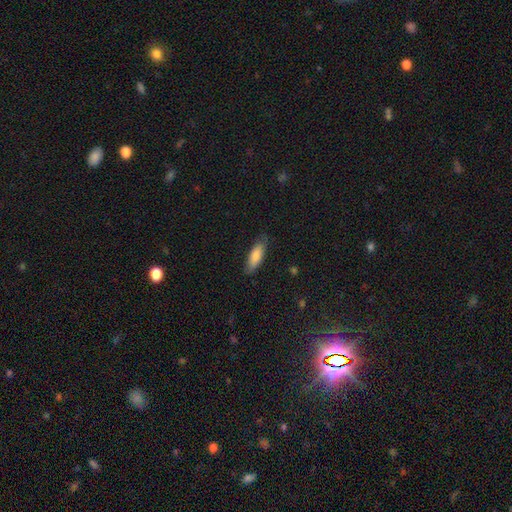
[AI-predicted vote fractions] Smooth or featured: smooth — 82% (featured or disk — 12%)
How rounded: in between — 60% (cigar-shaped — 39%)
Merging: none — 80% (minor disturbance — 16%)